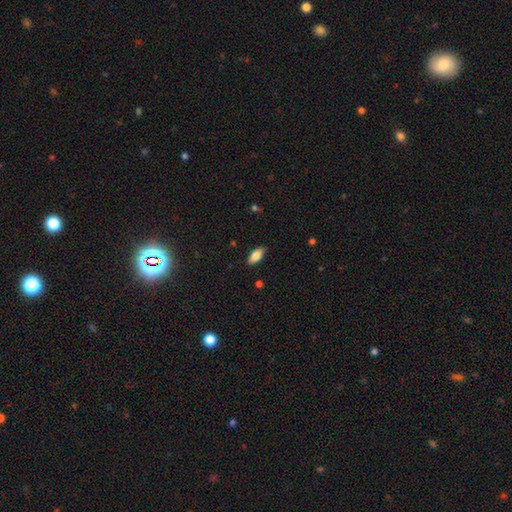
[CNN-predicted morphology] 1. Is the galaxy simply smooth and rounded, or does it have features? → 80% smooth, 13% featured or disk, 7% star or artifact.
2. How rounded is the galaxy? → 87% in between, 11% cigar-shaped, 2% round.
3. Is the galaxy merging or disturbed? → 86% none, 11% minor disturbance, 2% major disturbance, 1% merger.